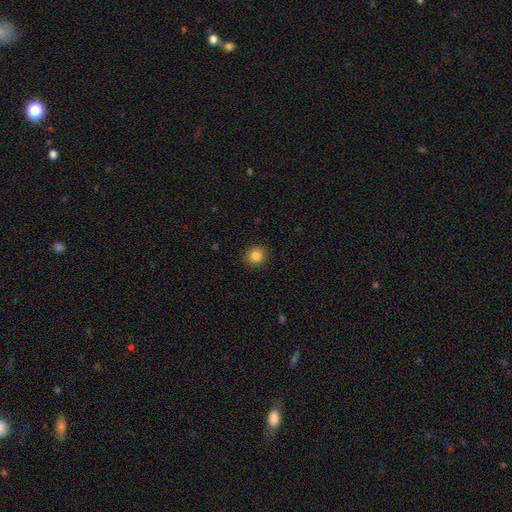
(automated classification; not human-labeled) The model was most divided on "smooth or featured": smooth: 85%, star or artifact: 10%, featured or disk: 4%. More confident: merging — none (91%); how rounded — round (87%).